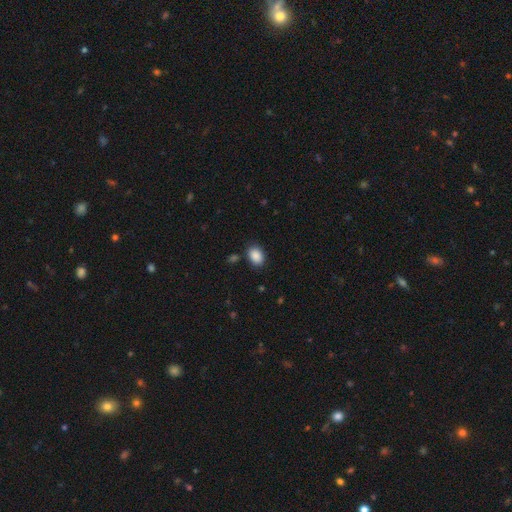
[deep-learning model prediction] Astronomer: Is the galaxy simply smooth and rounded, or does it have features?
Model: smooth — 89%.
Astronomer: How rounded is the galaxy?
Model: in between — 77%.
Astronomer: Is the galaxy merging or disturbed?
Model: none — 84%.